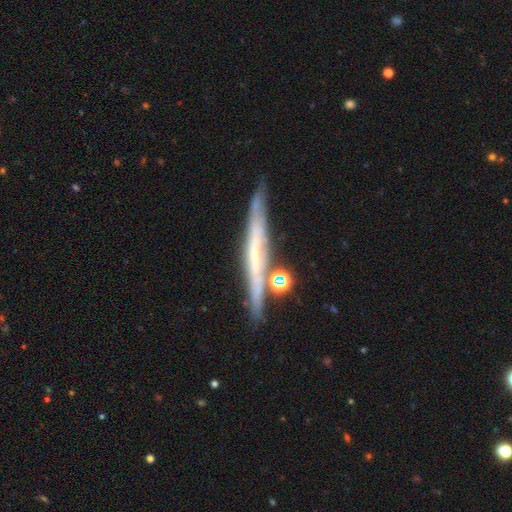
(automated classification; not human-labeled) Q: Smooth or featured?
A: featured or disk (64%); runner-up: smooth (27%)
Q: Edge-on disk?
A: yes (92%); runner-up: no (8%)
Q: Edge-on bulge?
A: none (74%); runner-up: rounded (17%)
Q: Merging?
A: none (74%); runner-up: minor disturbance (13%)